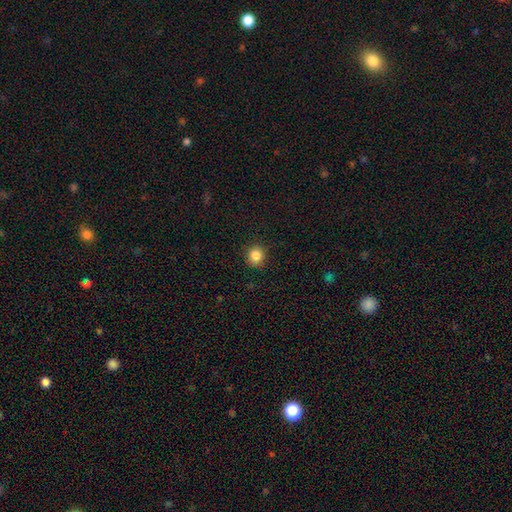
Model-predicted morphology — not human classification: Smooth or featured? smooth (86%)
How rounded? round (87%)
Merging? none (90%)